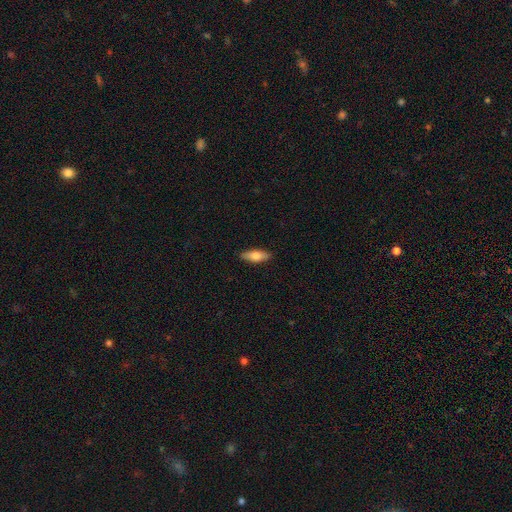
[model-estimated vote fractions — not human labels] Overall: smooth (71%). How rounded: in between (63%; cigar-shaped 34%). Merging: none (89%).